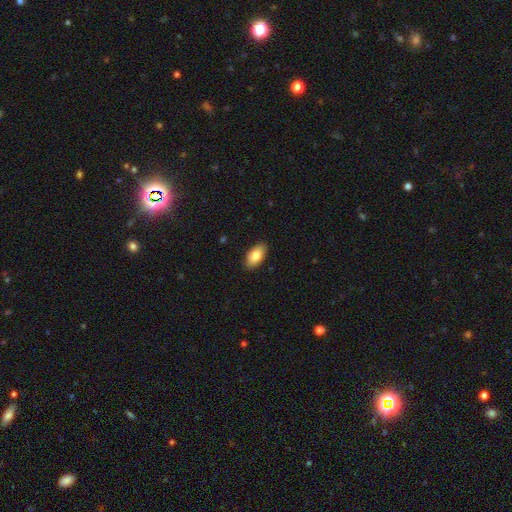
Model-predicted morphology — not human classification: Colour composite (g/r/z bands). It shows a smooth galaxy with no disk features (81%) that is in between round and cigar-shaped (93%). Merging: none (88%).